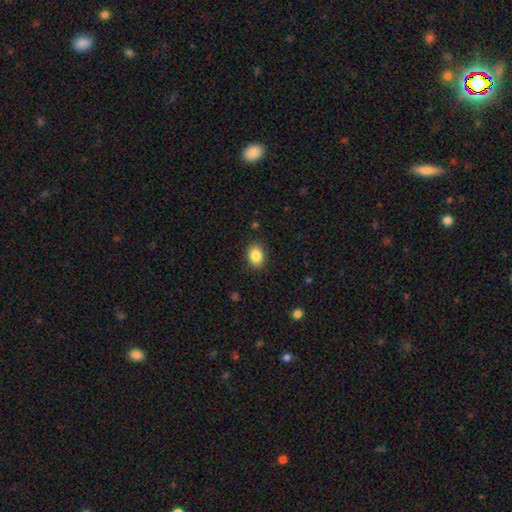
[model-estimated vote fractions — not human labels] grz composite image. It shows a smooth galaxy with no disk features (86%) that is in between round and cigar-shaped (65%). Merging: none (87%).